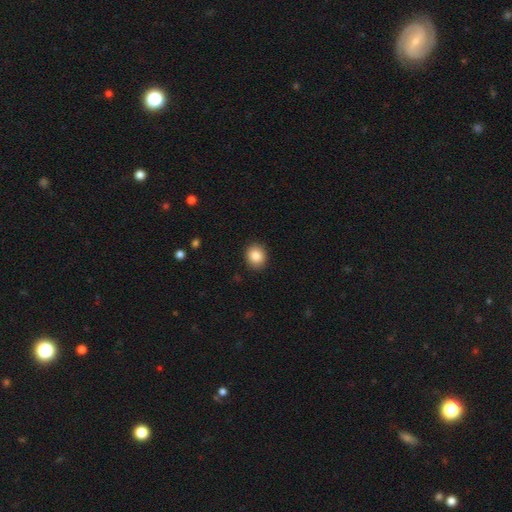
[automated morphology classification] smooth-or-featured: smooth: 86% | star or artifact: 9% | featured or disk: 5%
  how-rounded: round: 71% | in between: 29% | cigar-shaped: 1%
  merging: none: 90% | minor disturbance: 7% | major disturbance: 2% | merger: 1%